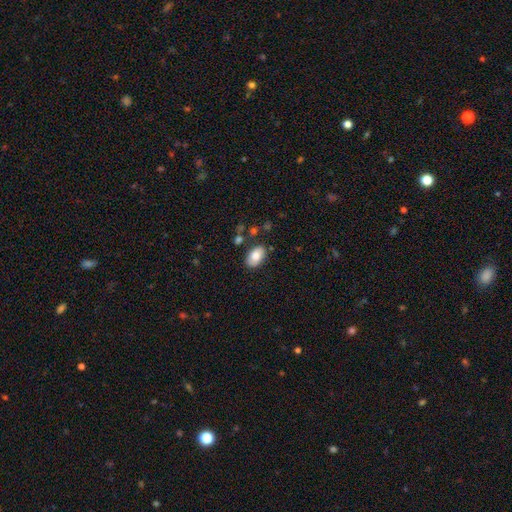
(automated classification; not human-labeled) Smooth or featured? smooth (81%)
How rounded? in between (92%)
Merging? none (80%)